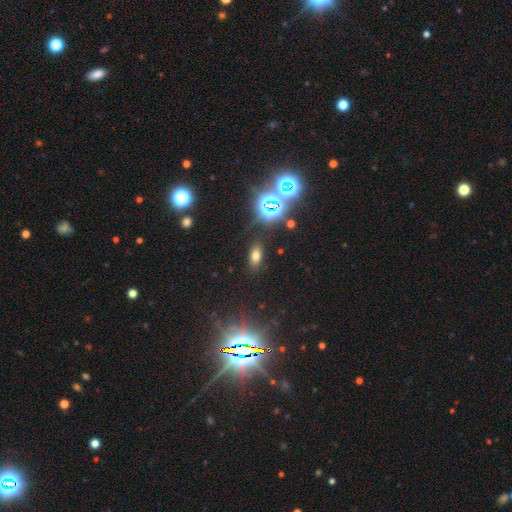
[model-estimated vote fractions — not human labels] smooth_or_featured: smooth (p=0.63) [alt: star or artifact p=0.28]
how_rounded: in between (p=0.84) [alt: round p=0.09]
merging: none (p=0.85) [alt: minor disturbance p=0.09]